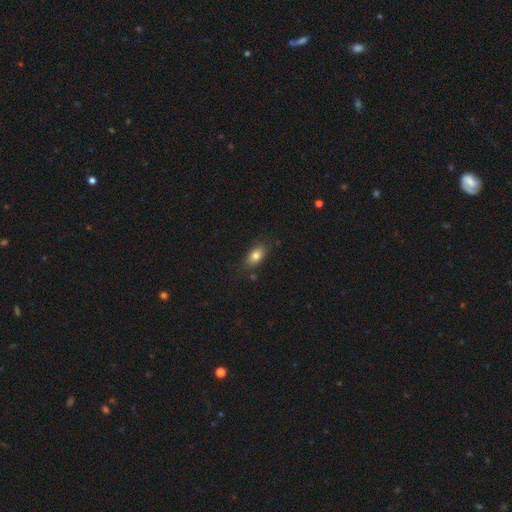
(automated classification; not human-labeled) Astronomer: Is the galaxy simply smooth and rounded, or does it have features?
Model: smooth — 81%.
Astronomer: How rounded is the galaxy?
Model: in between — 87%.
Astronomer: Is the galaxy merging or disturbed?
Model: none — 79%.